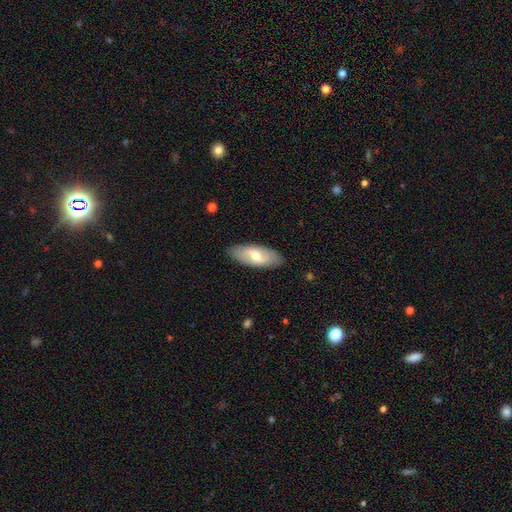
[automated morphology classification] Smooth or featured?
  - smooth: 55% *
  - featured or disk: 40%
  - star or artifact: 5%
How rounded?
  - in between: 82% *
  - cigar-shaped: 15%
  - round: 3%
Merging?
  - none: 87% *
  - minor disturbance: 10%
  - major disturbance: 2%
  - merger: 1%